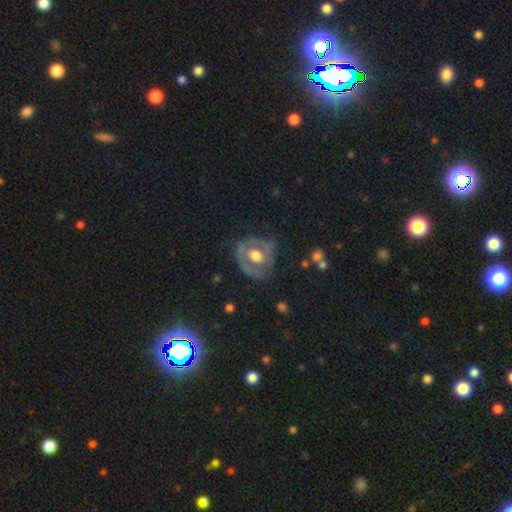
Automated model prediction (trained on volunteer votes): Overall: featured or disk (57%; smooth 37%). Edge-on disk: no (95%). Bar: no (75%). Spiral arms: no (74%). Bulge size: moderate (52%; large 40%). Merging: none (67%).